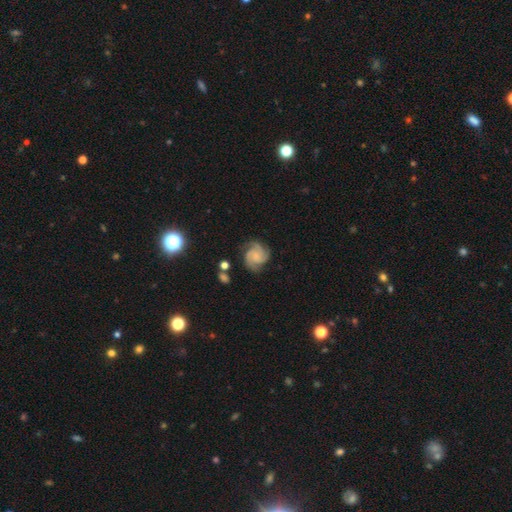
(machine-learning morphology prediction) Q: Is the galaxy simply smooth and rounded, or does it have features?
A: featured or disk — 83%.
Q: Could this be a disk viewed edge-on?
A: no — 98%.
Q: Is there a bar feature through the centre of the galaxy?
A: no — 68%.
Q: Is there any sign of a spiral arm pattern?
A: yes — 98%.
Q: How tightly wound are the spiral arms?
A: tight — 49%.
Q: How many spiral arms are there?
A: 3 — 59%.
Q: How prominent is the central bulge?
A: small — 48%.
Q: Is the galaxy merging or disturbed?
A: none — 76%.